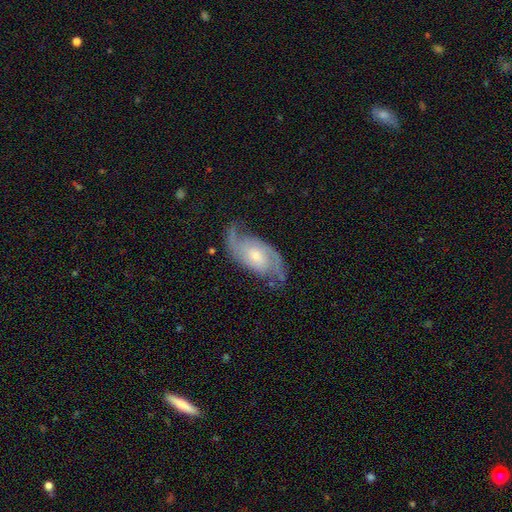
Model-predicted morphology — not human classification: featured or disk 87%, smooth 8%, star or artifact 5%. Down the decision tree: edge-on disk — no (96%); bar — no (59%); spiral arms — yes (97%); spiral arm count — 2 (90%); spiral winding — medium (49%); bulge size — moderate (50%); merging — none (72%).